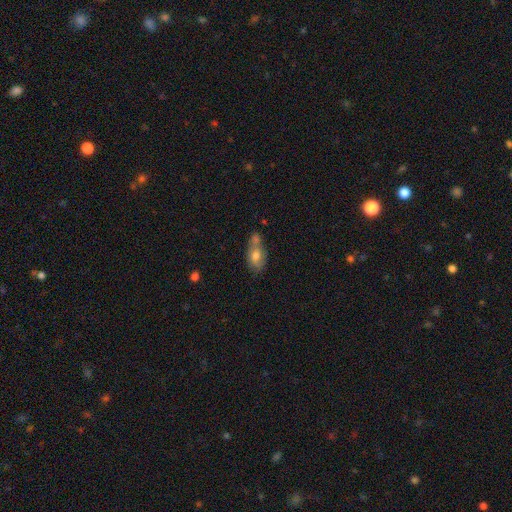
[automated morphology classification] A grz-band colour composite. It shows a smooth galaxy with no disk features (69%) that is in between round and cigar-shaped (82%). Merging: merger (40%).